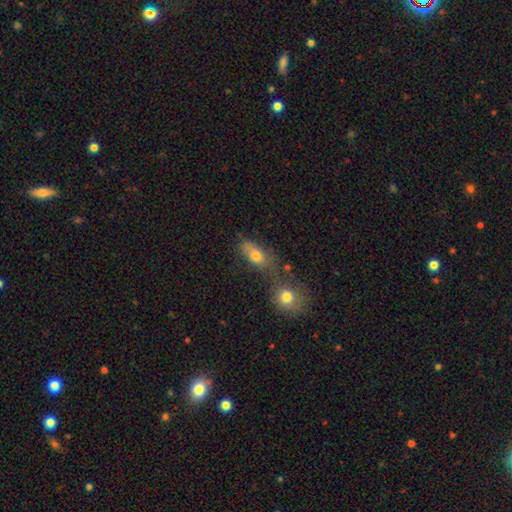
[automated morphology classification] smooth-or-featured: smooth: 73% | featured or disk: 15% | star or artifact: 12%
  how-rounded: in between: 73% | round: 18% | cigar-shaped: 9%
  merging: none: 44% | merger: 34% | minor disturbance: 14% | major disturbance: 8%